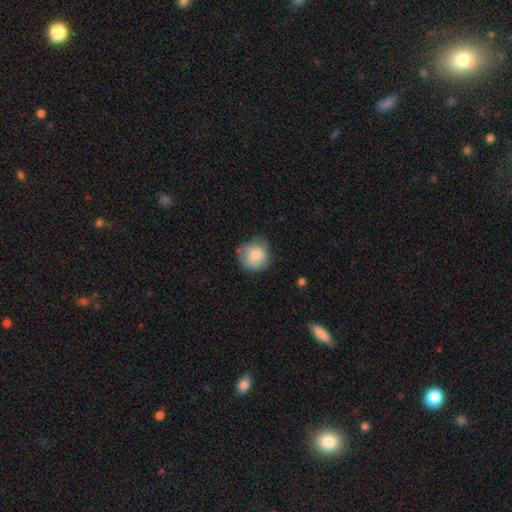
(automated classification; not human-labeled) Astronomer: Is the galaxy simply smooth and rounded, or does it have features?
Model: smooth — 81%.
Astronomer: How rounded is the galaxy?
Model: round — 90%.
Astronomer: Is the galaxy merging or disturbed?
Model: none — 67%.